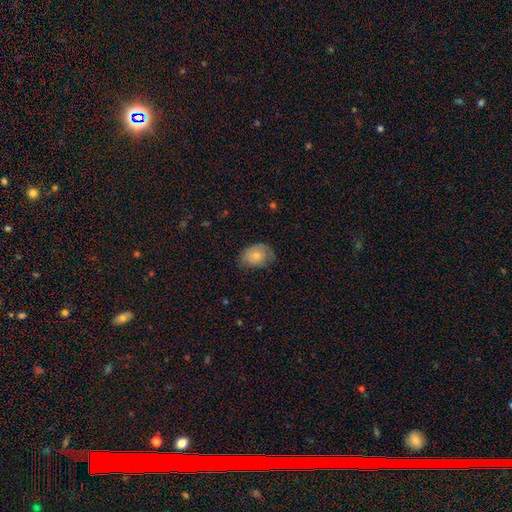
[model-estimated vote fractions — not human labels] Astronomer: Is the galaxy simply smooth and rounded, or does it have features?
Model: smooth — 75%.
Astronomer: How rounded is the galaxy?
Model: in between — 65%.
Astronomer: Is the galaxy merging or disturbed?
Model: none — 54% (runner-up: minor disturbance, 33%).